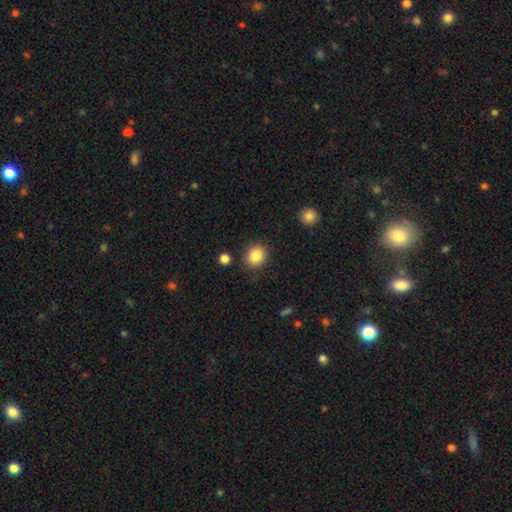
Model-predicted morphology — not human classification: smooth 86%, star or artifact 9%, featured or disk 5%. Down the decision tree: how rounded — round (73%); merging — none (85%).